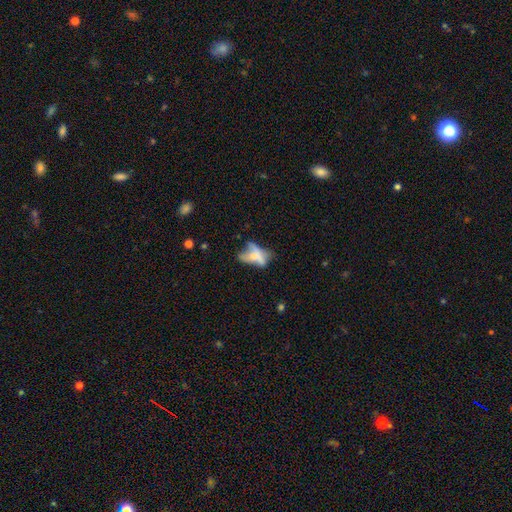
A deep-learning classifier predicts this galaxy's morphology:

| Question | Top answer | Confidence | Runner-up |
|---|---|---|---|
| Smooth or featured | smooth | 45% | featured or disk (42%) |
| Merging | none | 30% | major disturbance (29%) |